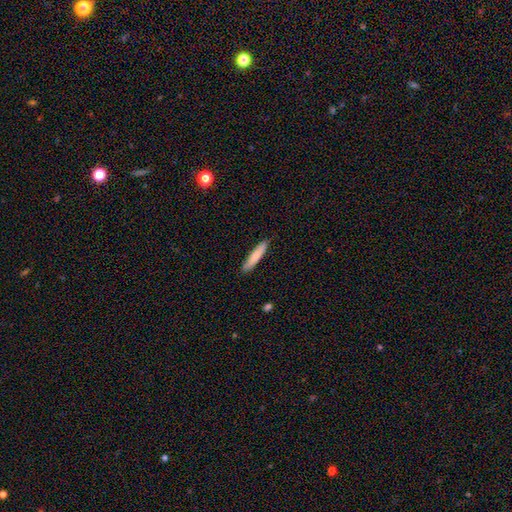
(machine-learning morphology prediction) Q: Smooth or featured?
A: smooth (79%); runner-up: featured or disk (15%)
Q: How rounded?
A: cigar-shaped (89%); runner-up: in between (10%)
Q: Merging?
A: none (87%); runner-up: minor disturbance (10%)